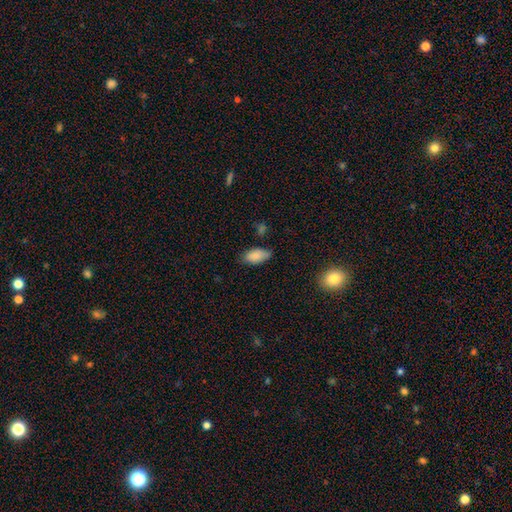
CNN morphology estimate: type=smooth (85%); roundness=in between (93%); merging=none (68%).